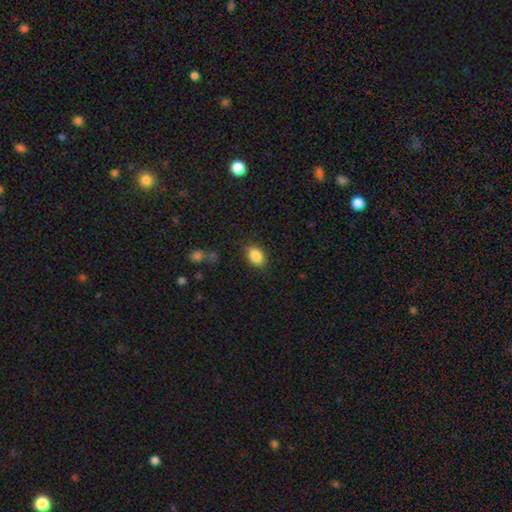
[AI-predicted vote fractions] This appears to be a smooth galaxy with no disk features (86%) that is in between round and cigar-shaped (74%). Merging: none (82%).